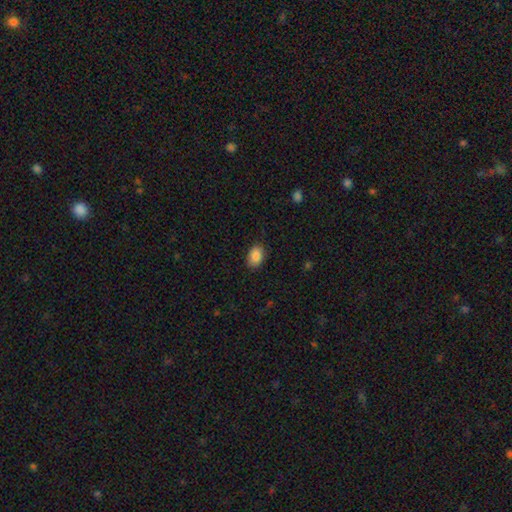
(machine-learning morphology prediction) smooth 88%, star or artifact 8%, featured or disk 4%. Down the decision tree: how rounded — in between (85%); merging — none (87%).